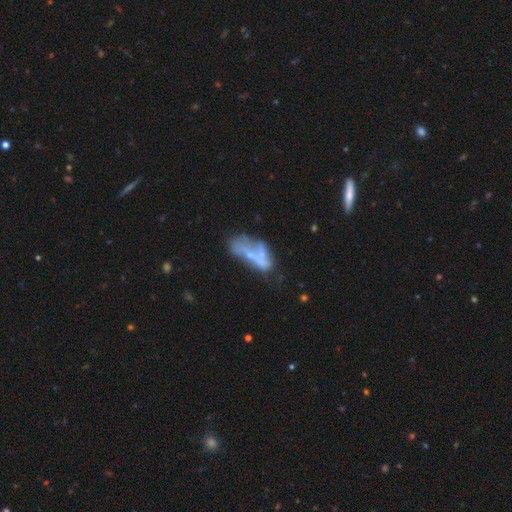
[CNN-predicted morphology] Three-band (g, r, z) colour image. It shows a featured or disk galaxy (55%). Merging: merger (29%).